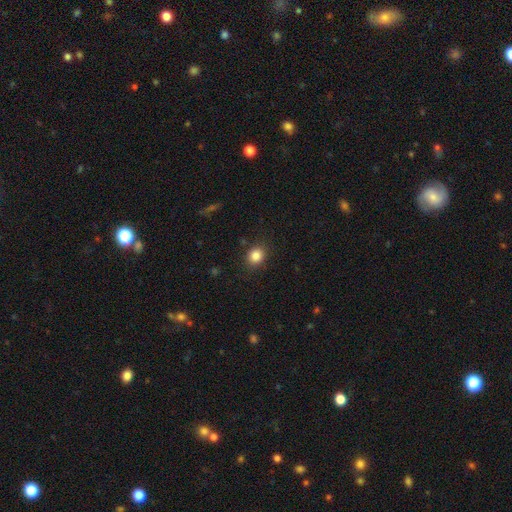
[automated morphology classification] smooth-or-featured: smooth: 84% | star or artifact: 11% | featured or disk: 5%
  how-rounded: round: 69% | in between: 30% | cigar-shaped: 1%
  merging: none: 86% | minor disturbance: 10% | major disturbance: 3% | merger: 1%